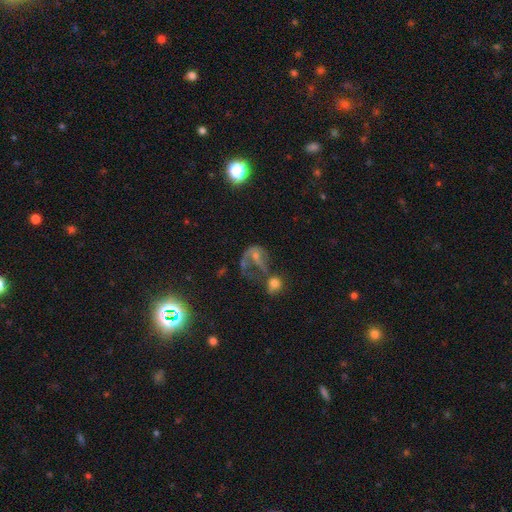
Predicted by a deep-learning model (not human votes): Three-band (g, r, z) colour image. It shows a featured or disk galaxy (54%) with no bar (60%), spiral arms (63%) and a small central bulge (50%). Merging: major disturbance (37%).